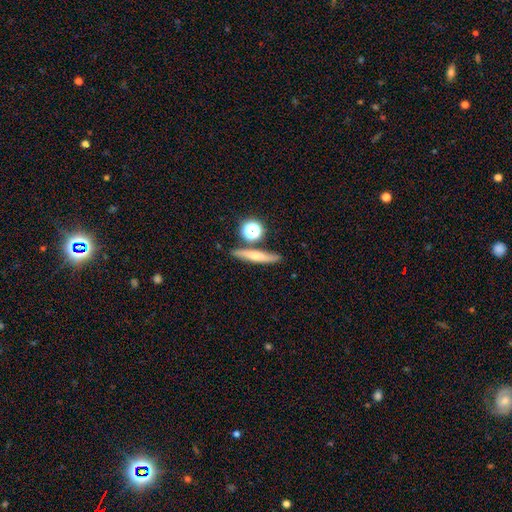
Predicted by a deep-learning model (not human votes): Overall: smooth (53%; featured or disk 35%). How rounded: cigar-shaped (75%). Merging: none (77%).